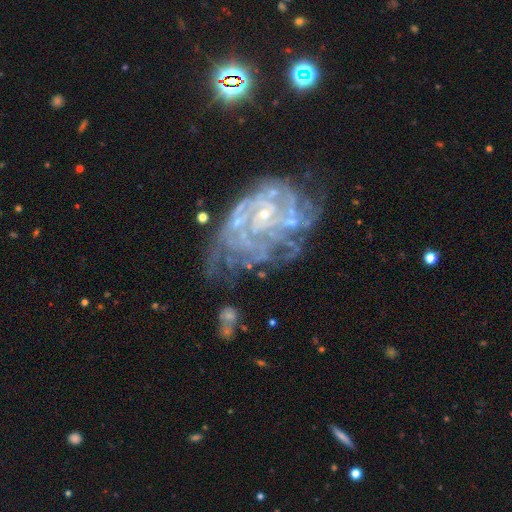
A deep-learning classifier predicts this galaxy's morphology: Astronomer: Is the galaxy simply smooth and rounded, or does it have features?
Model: featured or disk — 82%.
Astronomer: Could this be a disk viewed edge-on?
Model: no — 97%.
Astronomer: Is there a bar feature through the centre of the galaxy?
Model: no — 72%.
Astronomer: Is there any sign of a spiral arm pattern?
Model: yes — 81%.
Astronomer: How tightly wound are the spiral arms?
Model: tight — 58%.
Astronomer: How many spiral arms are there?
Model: can't tell — 45%.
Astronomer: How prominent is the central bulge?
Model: small — 76%.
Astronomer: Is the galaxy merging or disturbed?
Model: none — 37% (runner-up: major disturbance, 29%).